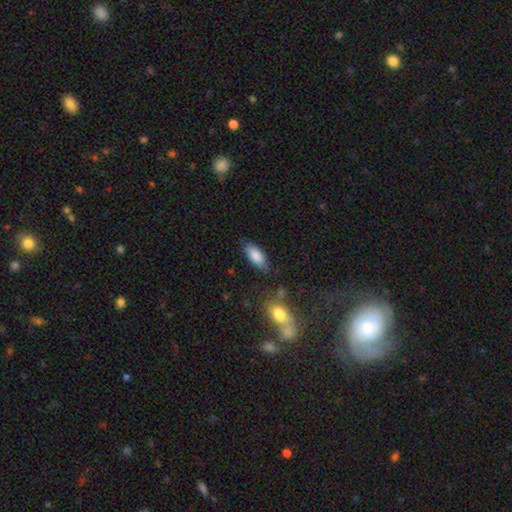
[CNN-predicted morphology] Smooth or featured: smooth — 86% (featured or disk — 8%)
How rounded: in between — 86% (cigar-shaped — 12%)
Merging: none — 78% (minor disturbance — 15%)